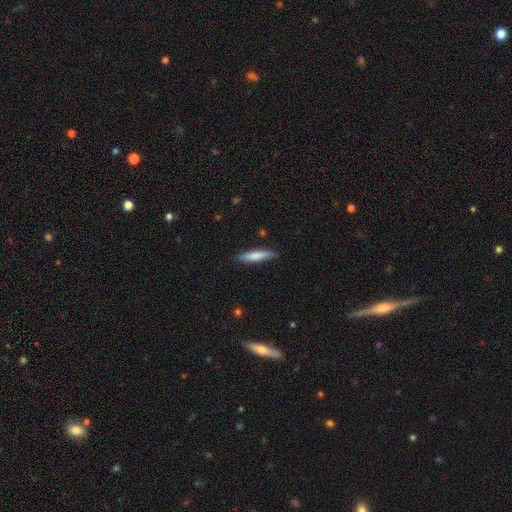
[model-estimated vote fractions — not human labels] Smooth or featured? Predicted: smooth (p=0.75). How rounded? Predicted: cigar-shaped (p=0.85). Merging? Predicted: none (p=0.86).